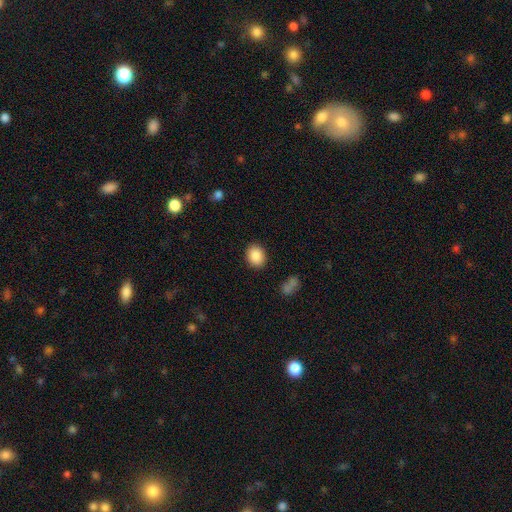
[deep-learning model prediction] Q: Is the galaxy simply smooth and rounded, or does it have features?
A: smooth — 89%.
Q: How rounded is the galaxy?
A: round — 51%.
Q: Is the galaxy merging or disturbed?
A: none — 88%.